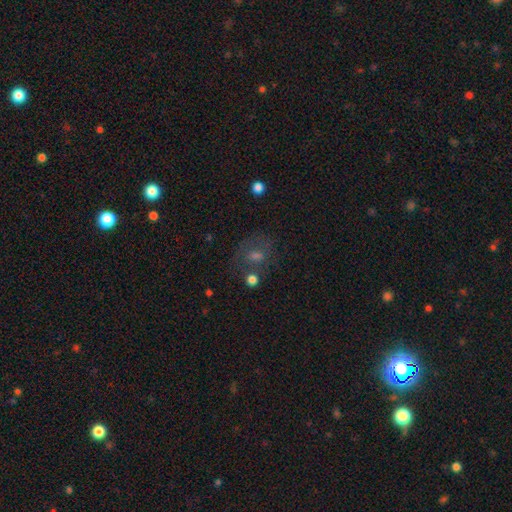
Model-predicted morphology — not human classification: The model was most divided on "smooth or featured": smooth: 43%, featured or disk: 29%, star or artifact: 28%. More confident: merging — none (60%).